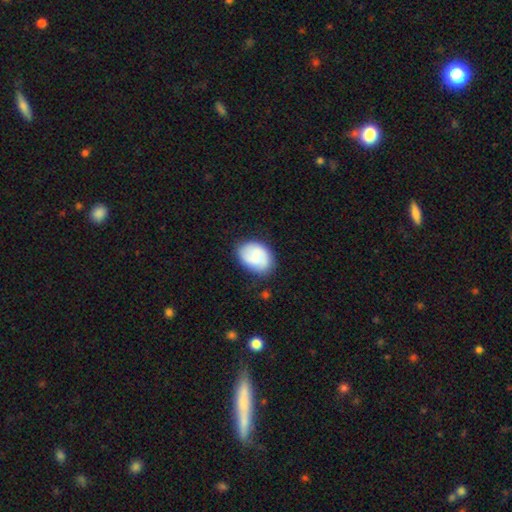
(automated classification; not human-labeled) smooth-or-featured: smooth: 52% | featured or disk: 41% | star or artifact: 6%
  how-rounded: in between: 73% | round: 26% | cigar-shaped: 1%
  merging: none: 74% | minor disturbance: 20% | major disturbance: 5% | merger: 2%